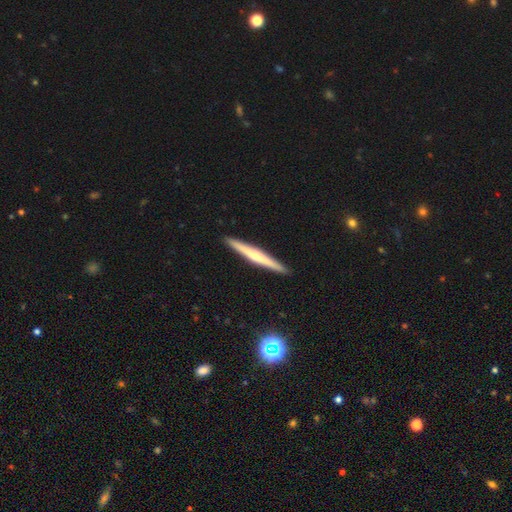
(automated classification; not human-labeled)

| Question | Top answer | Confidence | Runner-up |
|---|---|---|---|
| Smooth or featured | featured or disk | 58% | smooth (36%) |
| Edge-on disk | yes | 98% | no (2%) |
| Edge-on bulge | rounded | 58% | none (34%) |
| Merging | none | 93% | minor disturbance (5%) |